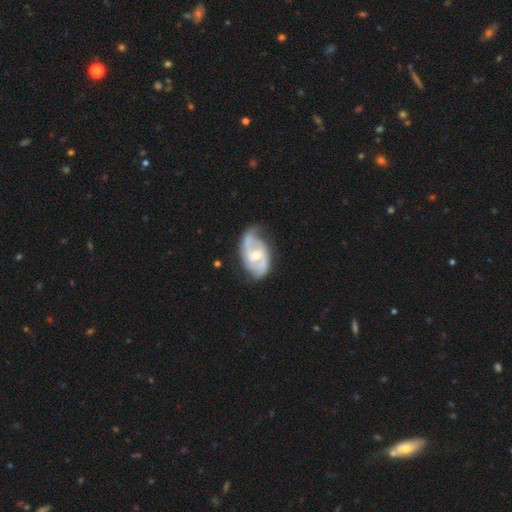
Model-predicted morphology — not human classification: smooth-or-featured: featured or disk: 82% | smooth: 13% | star or artifact: 5%
  disk-edge-on: no: 97% | yes: 3%
    bar: weak: 50% | no: 36% | strong: 14%
    has-spiral-arms: yes: 92% | no: 8%
      spiral-winding: medium: 49% | tight: 26% | loose: 25%
      spiral-arm-count: 2: 80% | can't tell: 10% | 3: 4% | 1: 3% | 4: 1% | more than 4: 1%
    bulge-size: moderate: 52% | small: 44% | large: 2% | none: 2% | dominant: 1%
  merging: none: 60% | minor disturbance: 27% | major disturbance: 10% | merger: 2%